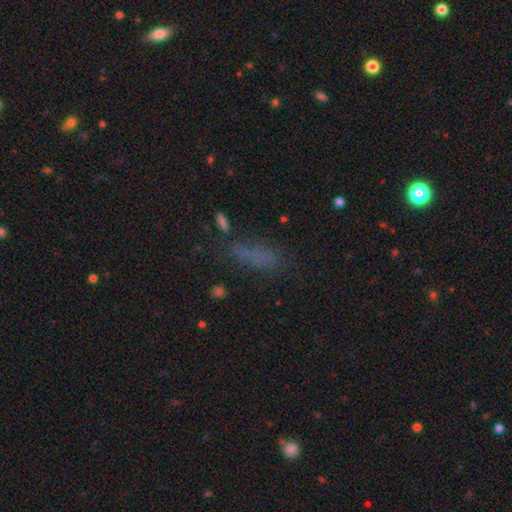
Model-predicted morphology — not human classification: smooth_or_featured: smooth (p=0.61) [alt: star or artifact p=0.25]
how_rounded: in between (p=0.50) [alt: cigar-shaped p=0.44]
merging: none (p=0.57) [alt: minor disturbance p=0.21]